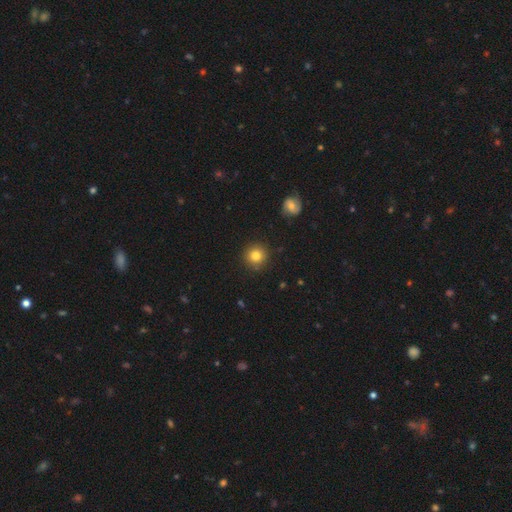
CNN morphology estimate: smooth_or_featured: smooth (p=0.82) [alt: star or artifact p=0.11]
how_rounded: round (p=0.94) [alt: in between p=0.05]
merging: none (p=0.89) [alt: minor disturbance p=0.07]